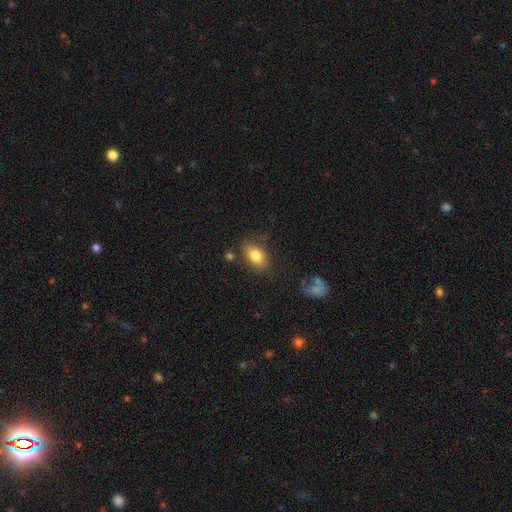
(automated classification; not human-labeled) Overall: smooth (81%). How rounded: in between (87%). Merging: none (73%).